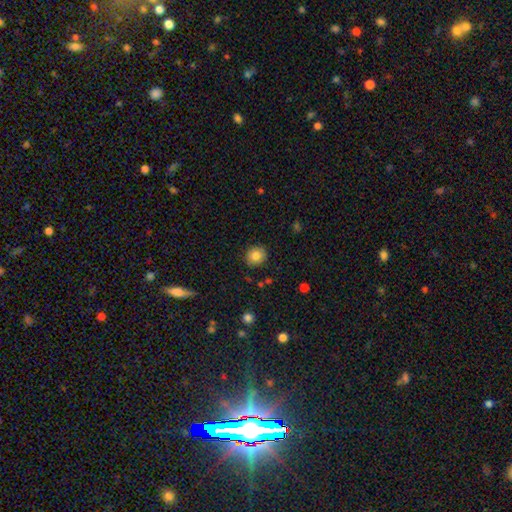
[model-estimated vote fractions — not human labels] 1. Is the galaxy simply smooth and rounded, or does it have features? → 84% smooth, 10% star or artifact, 7% featured or disk.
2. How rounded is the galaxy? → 84% round, 15% in between, 1% cigar-shaped.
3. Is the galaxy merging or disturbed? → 86% none, 10% minor disturbance, 2% major disturbance, 1% merger.